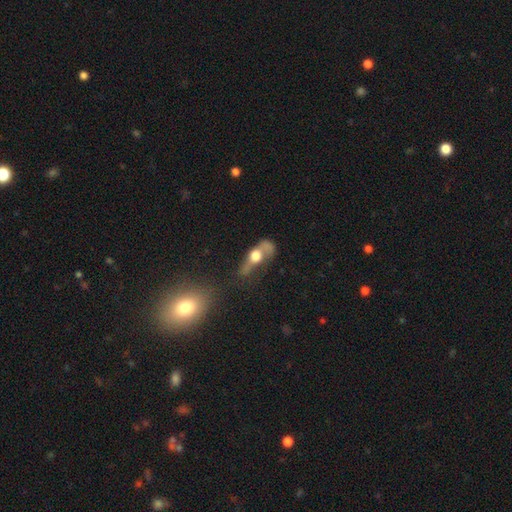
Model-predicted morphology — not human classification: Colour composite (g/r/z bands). It shows a smooth galaxy with no disk features (45%). Merging: major disturbance (40%).